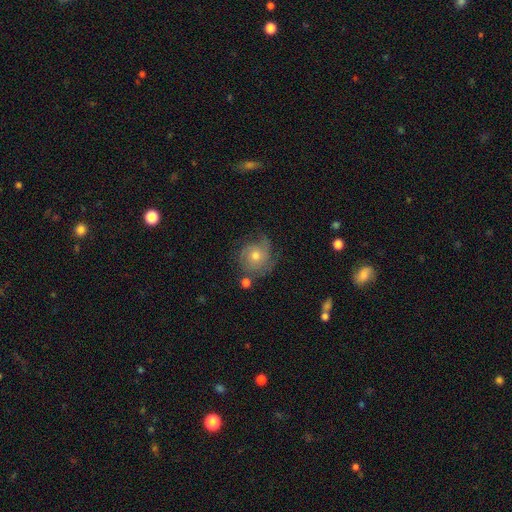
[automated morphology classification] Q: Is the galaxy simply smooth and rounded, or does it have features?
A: featured or disk — 67%.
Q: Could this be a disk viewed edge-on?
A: no — 97%.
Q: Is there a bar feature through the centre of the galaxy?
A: no — 83%.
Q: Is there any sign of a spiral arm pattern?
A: yes — 88%.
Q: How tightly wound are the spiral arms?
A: tight — 54%.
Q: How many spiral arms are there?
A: can't tell — 30%.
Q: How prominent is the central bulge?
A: moderate — 63%.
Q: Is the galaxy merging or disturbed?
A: none — 65%.